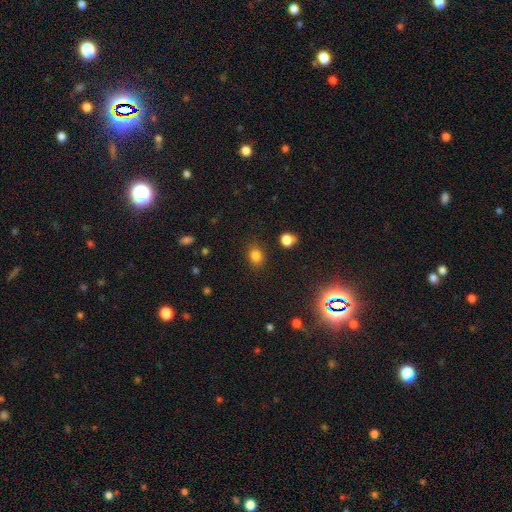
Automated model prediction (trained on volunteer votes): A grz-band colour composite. It shows a smooth galaxy with no disk features (82%) that is round (51%). Merging: none (85%).